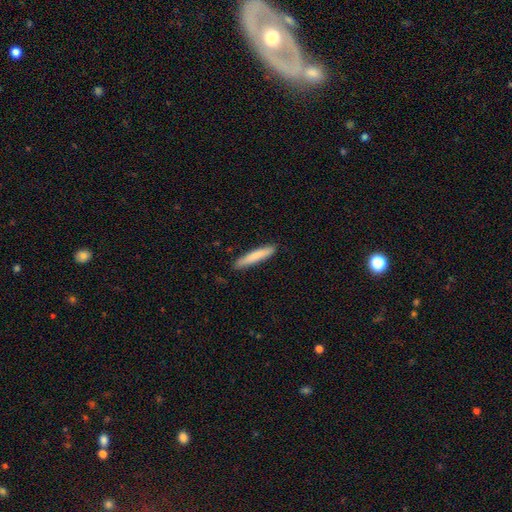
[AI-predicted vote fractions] smooth-or-featured: smooth: 79% | featured or disk: 16% | star or artifact: 5%
  how-rounded: cigar-shaped: 93% | in between: 6% | round: 1%
  merging: none: 89% | minor disturbance: 9% | major disturbance: 2% | merger: 1%